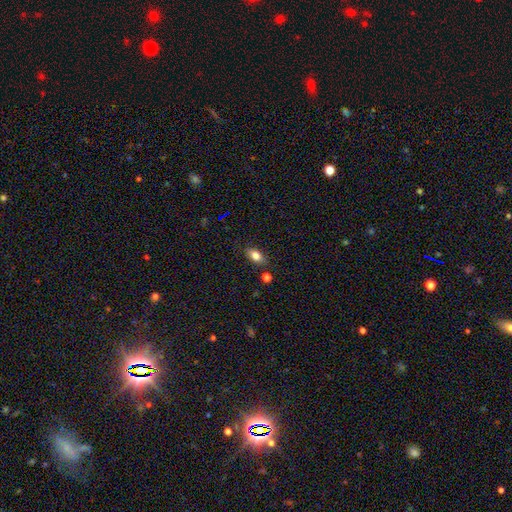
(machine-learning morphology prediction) This is likely a smooth galaxy (79%). How rounded: clearly in between (86%). Merging: clearly none (82%).